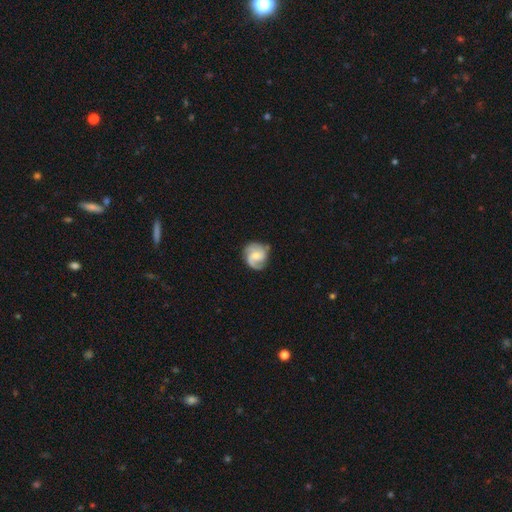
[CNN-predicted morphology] Q: Smooth or featured?
A: featured or disk (76%); runner-up: smooth (19%)
Q: Edge-on disk?
A: no (98%); runner-up: yes (2%)
Q: Bar?
A: no (54%); runner-up: weak (39%)
Q: Spiral arms?
A: yes (96%); runner-up: no (4%)
Q: Spiral winding?
A: medium (46%); runner-up: tight (35%)
Q: Spiral arm count?
A: 2 (64%); runner-up: 3 (14%)
Q: Bulge size?
A: moderate (44%); tied with: small (44%)
Q: Merging?
A: none (71%); runner-up: minor disturbance (20%)